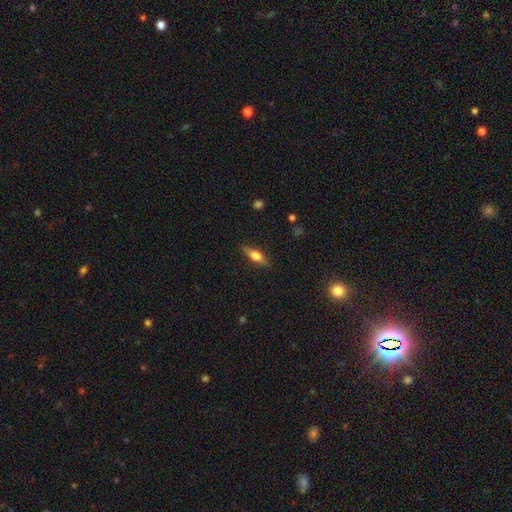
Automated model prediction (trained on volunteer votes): Q: Smooth or featured?
A: smooth (47%); runner-up: featured or disk (46%)
Q: Merging?
A: none (86%); runner-up: minor disturbance (10%)